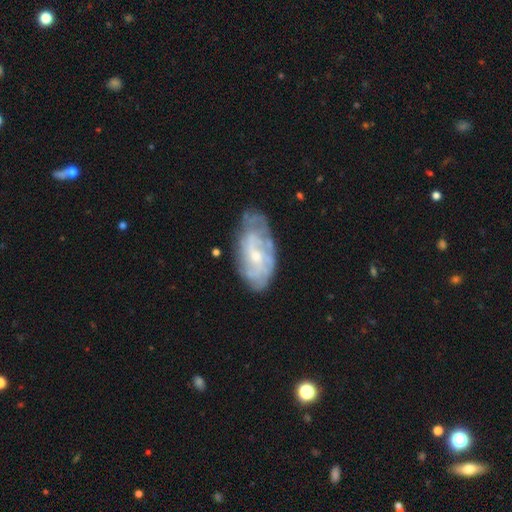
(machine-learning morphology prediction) Q: Smooth or featured?
A: featured or disk (69%); runner-up: smooth (24%)
Q: Edge-on disk?
A: no (93%); runner-up: yes (7%)
Q: Bar?
A: no (59%); runner-up: weak (35%)
Q: Spiral arms?
A: yes (76%); runner-up: no (24%)
Q: Bulge size?
A: small (54%); runner-up: moderate (36%)
Q: Merging?
A: none (65%); runner-up: minor disturbance (24%)